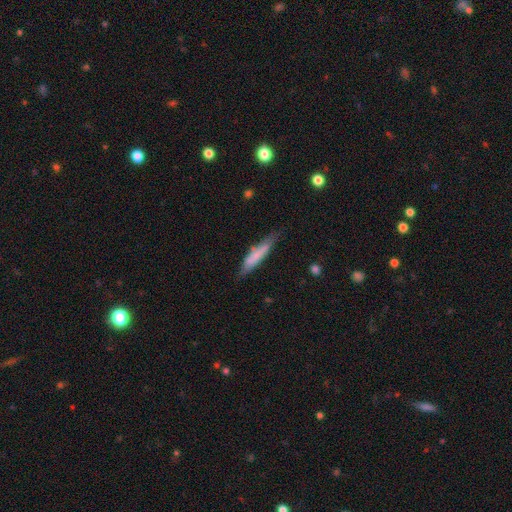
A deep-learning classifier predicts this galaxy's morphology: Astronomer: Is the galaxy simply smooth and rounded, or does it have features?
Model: smooth — 65%.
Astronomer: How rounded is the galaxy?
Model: cigar-shaped — 86%.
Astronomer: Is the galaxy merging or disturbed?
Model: none — 67%.